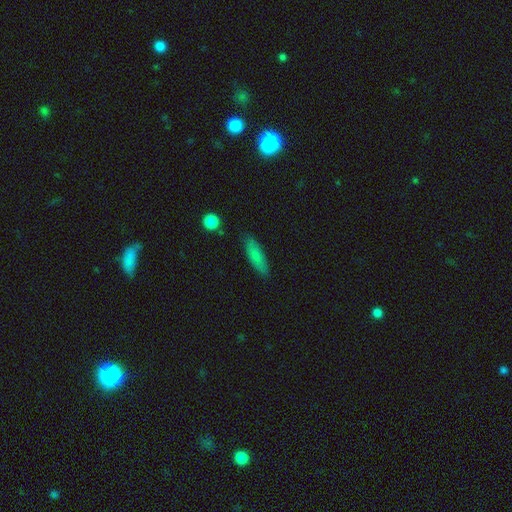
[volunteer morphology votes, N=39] Overall: smooth (74%). How rounded: in between (52%; cigar-shaped 48%). Merging: none (92%).